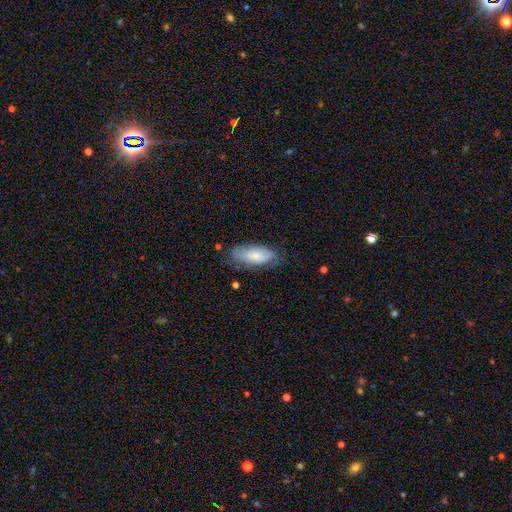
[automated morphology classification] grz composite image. It shows a smooth galaxy with no disk features (77%) that is in between round and cigar-shaped (83%). Merging: none (67%).